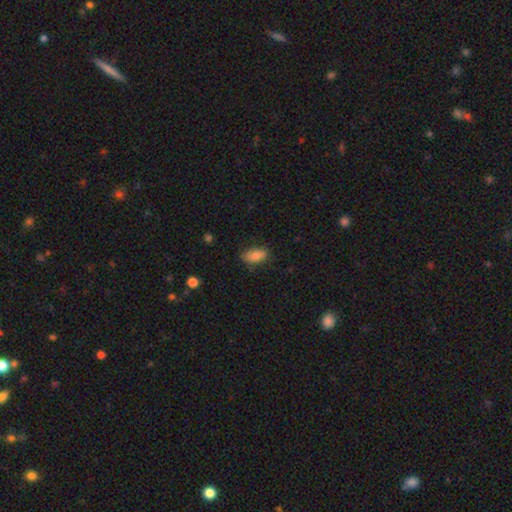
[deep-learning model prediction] The model was most divided on "merging": none: 73%, minor disturbance: 21%, major disturbance: 4%, merger: 2%. More confident: how rounded — in between (90%); smooth or featured — smooth (76%).